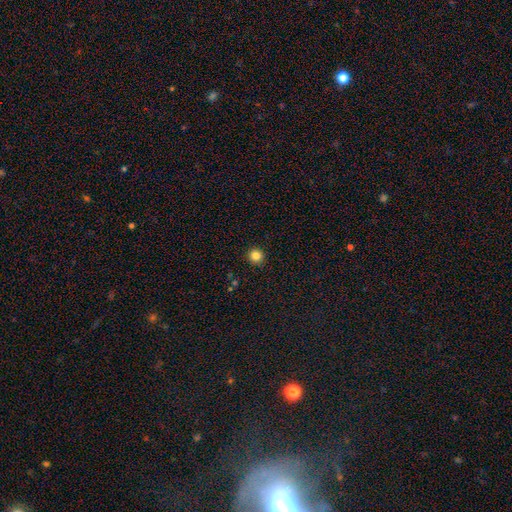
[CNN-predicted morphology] smooth_or_featured: smooth (p=0.84) [alt: star or artifact p=0.12]
how_rounded: round (p=0.95) [alt: in between p=0.04]
merging: none (p=0.93) [alt: minor disturbance p=0.04]